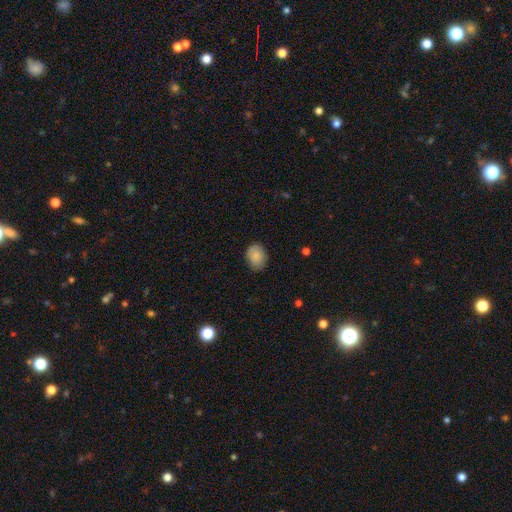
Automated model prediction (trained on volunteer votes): The model was most divided on "how rounded": in between: 65%, round: 34%, cigar-shaped: 1%. More confident: smooth or featured — smooth (87%); merging — none (83%).